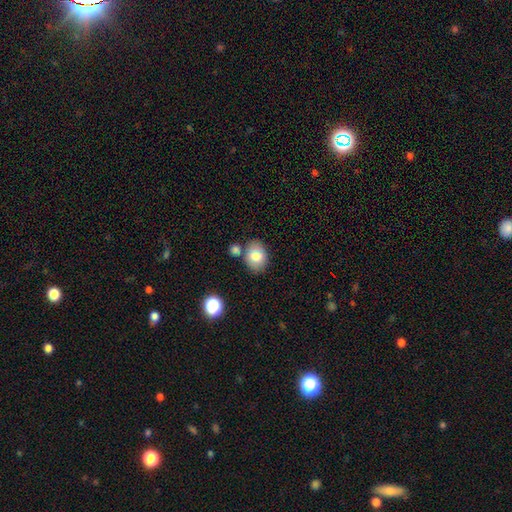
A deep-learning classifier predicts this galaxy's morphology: Smooth or featured? Predicted: smooth (p=0.78). How rounded? Predicted: in between (p=0.64). Merging? Predicted: none (p=0.68).